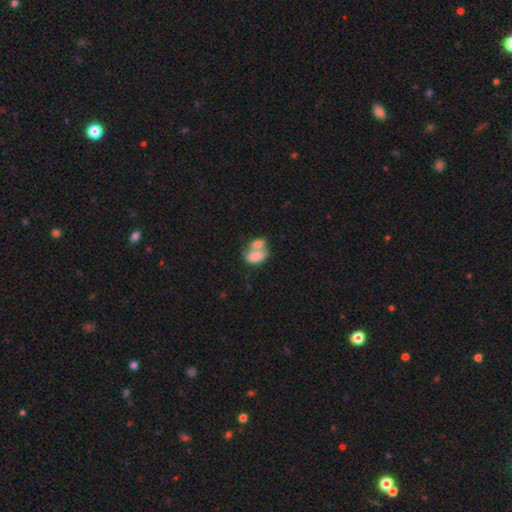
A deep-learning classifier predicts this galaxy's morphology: smooth-or-featured: smooth: 76% | featured or disk: 17% | star or artifact: 7%
  how-rounded: in between: 85% | round: 14% | cigar-shaped: 2%
  merging: merger: 69% | none: 18% | minor disturbance: 8% | major disturbance: 5%